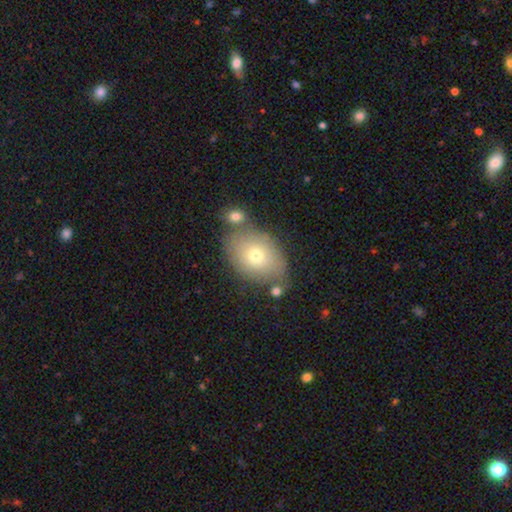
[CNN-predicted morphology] smooth 69%, featured or disk 21%, star or artifact 10%. Down the decision tree: how rounded — in between (72%); merging — none (64%).